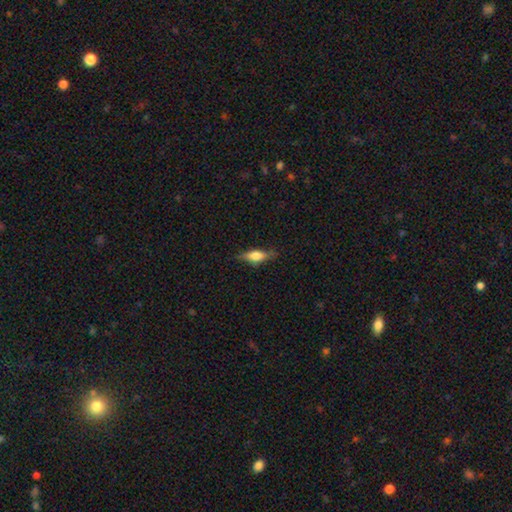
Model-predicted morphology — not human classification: Smooth or featured? smooth (60%)
How rounded? in between (60%)
Merging? none (73%)